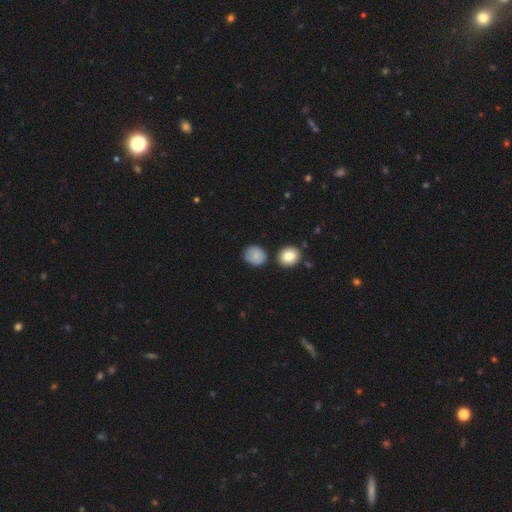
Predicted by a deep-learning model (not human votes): This appears to be a smooth galaxy with no disk features (83%) that is round (66%). Merging: none (74%).